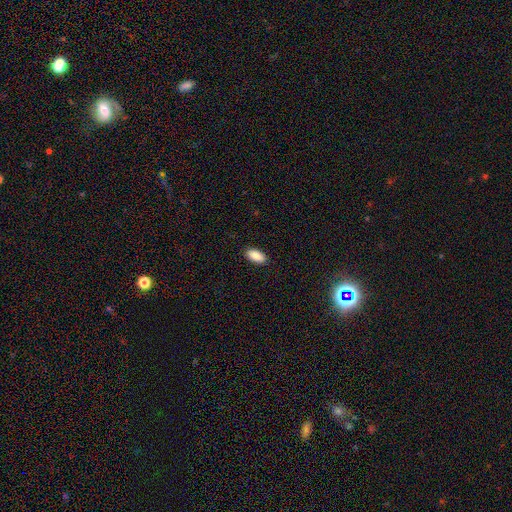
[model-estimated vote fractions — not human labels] smooth 89%, star or artifact 7%, featured or disk 5%. Down the decision tree: how rounded — in between (92%); merging — none (89%).